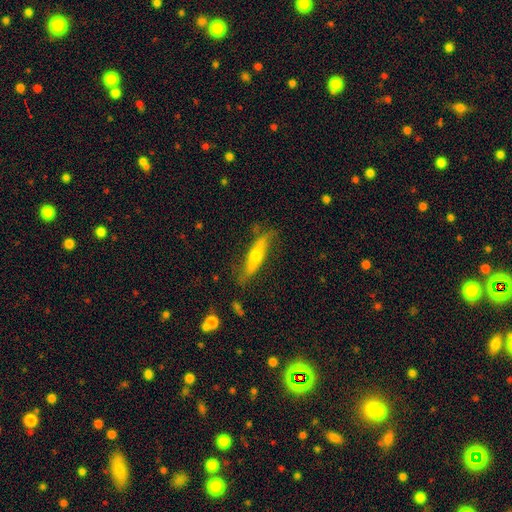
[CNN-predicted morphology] This is possibly a featured or disk galaxy (57%). It is likely viewed edge-on (79%). Merging: likely none (74%).